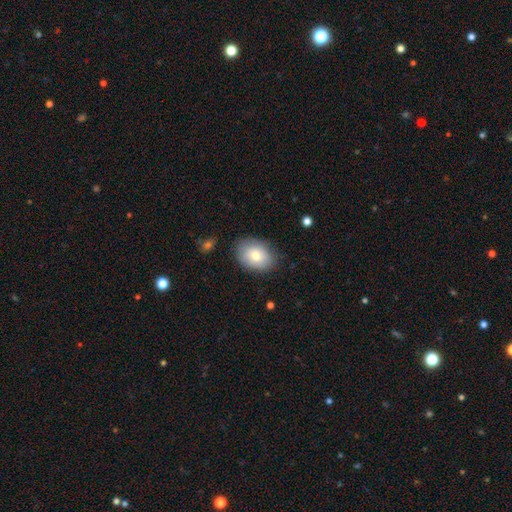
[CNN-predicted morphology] type=smooth (75%); roundness=in between (73%); merging=none (80%).